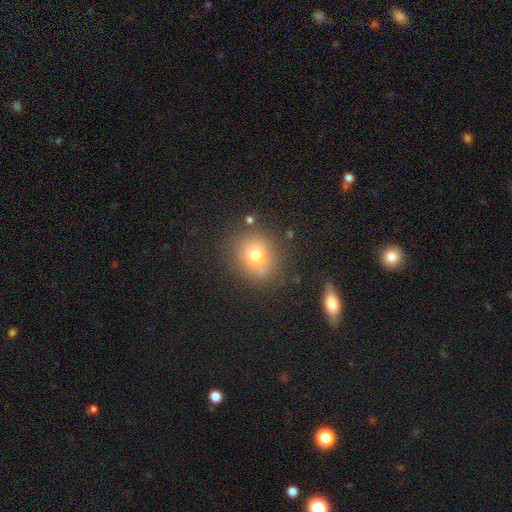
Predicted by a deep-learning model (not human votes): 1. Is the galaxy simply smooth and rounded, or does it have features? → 72% smooth, 15% star or artifact, 12% featured or disk.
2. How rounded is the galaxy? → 77% round, 22% in between, 1% cigar-shaped.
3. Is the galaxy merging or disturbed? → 79% none, 11% minor disturbance, 5% merger, 4% major disturbance.